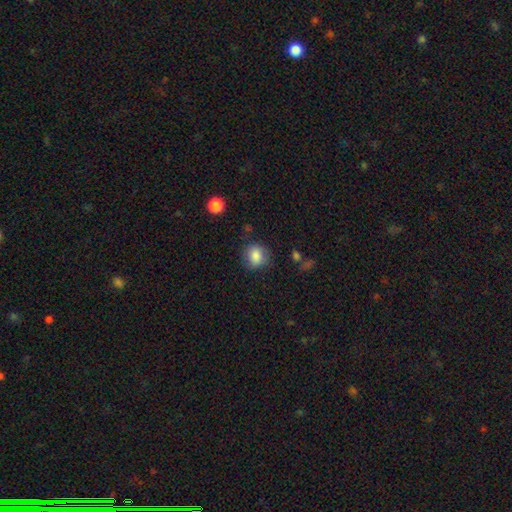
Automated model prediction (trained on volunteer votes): A smooth galaxy with no disk features (84%) that is round (76%).

Vote fractions:
- Smooth or featured? smooth: 84% / star or artifact: 9% / featured or disk: 7%
- How rounded? round: 76% / in between: 23% / cigar-shaped: 1%
- Merging? none: 78% / minor disturbance: 16% / major disturbance: 5% / merger: 2%